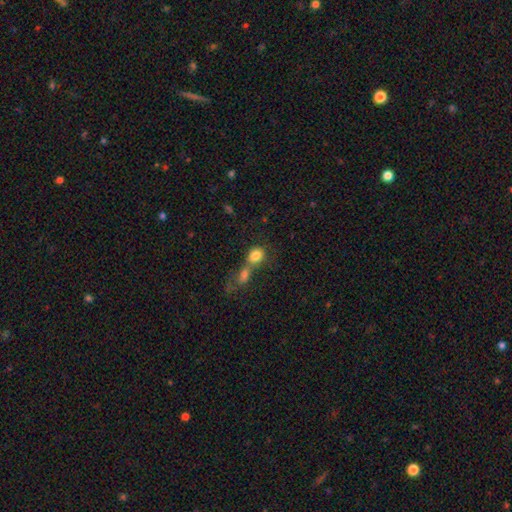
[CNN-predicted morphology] A smooth galaxy with no disk features (81%) that is round (62%). Merging: merger (59%).